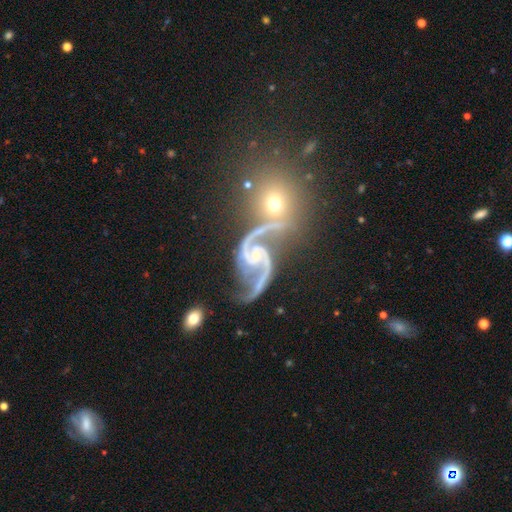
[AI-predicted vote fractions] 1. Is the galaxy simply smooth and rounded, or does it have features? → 92% featured or disk, 5% star or artifact, 3% smooth.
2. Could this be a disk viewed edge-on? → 98% no, 2% yes.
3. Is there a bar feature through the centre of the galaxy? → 57% no, 30% weak, 13% strong.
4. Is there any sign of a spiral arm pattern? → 98% yes, 2% no.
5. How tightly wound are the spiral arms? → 54% medium, 34% loose, 12% tight.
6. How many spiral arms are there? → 90% 2, 4% 3, 2% can't tell, 2% 1, 2% 4, 1% more than 4.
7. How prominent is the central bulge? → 72% small, 22% moderate, 3% none, 1% large, 1% dominant.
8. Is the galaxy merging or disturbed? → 48% none, 19% minor disturbance, 17% merger, 16% major disturbance.